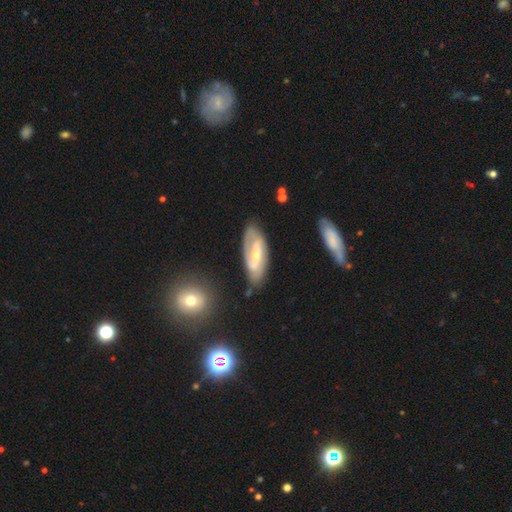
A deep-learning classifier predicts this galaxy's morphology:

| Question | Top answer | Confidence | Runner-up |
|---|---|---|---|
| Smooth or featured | featured or disk | 77% | smooth (17%) |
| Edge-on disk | no | 91% | yes (9%) |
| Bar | weak | 41% | strong (30%) |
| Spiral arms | yes | 88% | no (12%) |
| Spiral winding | medium | 41% | tight (40%) |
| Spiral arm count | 2 | 70% | can't tell (18%) |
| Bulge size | small | 56% | moderate (39%) |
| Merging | none | 72% | minor disturbance (19%) |